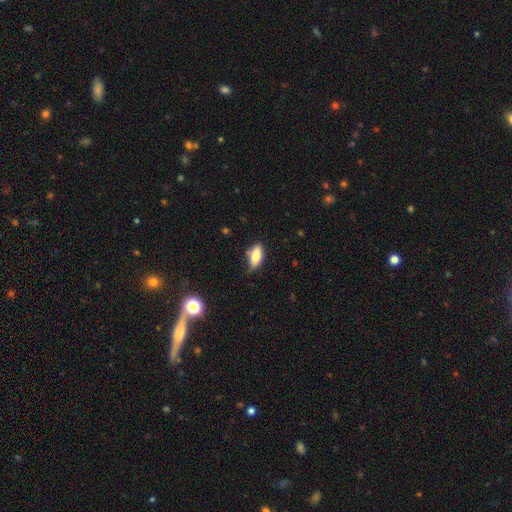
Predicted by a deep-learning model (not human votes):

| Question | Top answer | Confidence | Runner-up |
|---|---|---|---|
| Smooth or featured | smooth | 72% | featured or disk (20%) |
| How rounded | in between | 82% | cigar-shaped (15%) |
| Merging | none | 65% | minor disturbance (26%) |